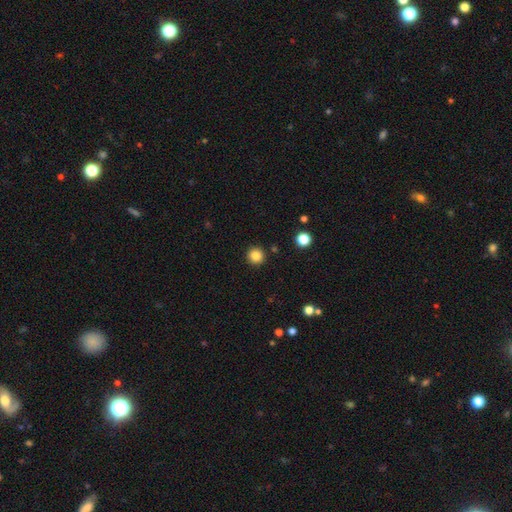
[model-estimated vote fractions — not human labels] Q: Smooth or featured?
A: smooth (84%); runner-up: star or artifact (11%)
Q: How rounded?
A: round (95%); runner-up: in between (4%)
Q: Merging?
A: none (92%); runner-up: minor disturbance (5%)